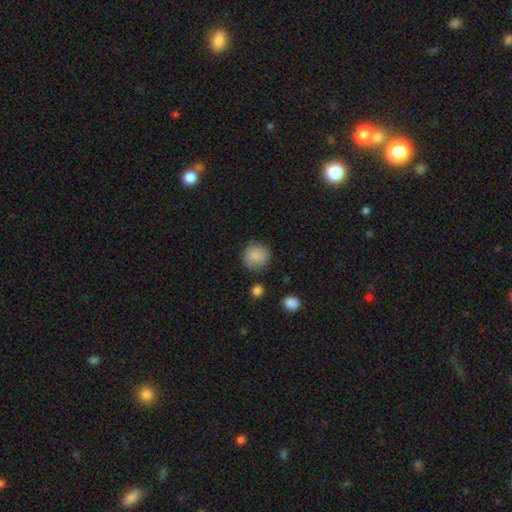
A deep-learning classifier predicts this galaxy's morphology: This appears to be a smooth galaxy with no disk features (86%) that is round (90%). Merging: none (80%).